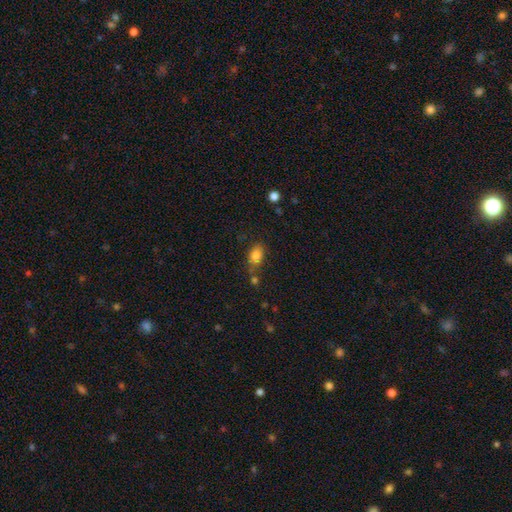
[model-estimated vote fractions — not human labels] Smooth or featured? Predicted: smooth (p=0.82). How rounded? Predicted: in between (p=0.78). Merging? Predicted: none (p=0.63).